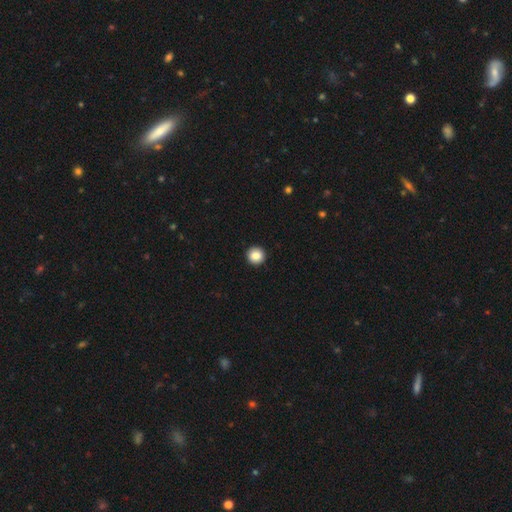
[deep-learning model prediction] smooth-or-featured: smooth: 87% | star or artifact: 9% | featured or disk: 4%
  how-rounded: round: 96% | in between: 3% | cigar-shaped: 1%
  merging: none: 94% | minor disturbance: 4% | major disturbance: 1% | merger: 1%